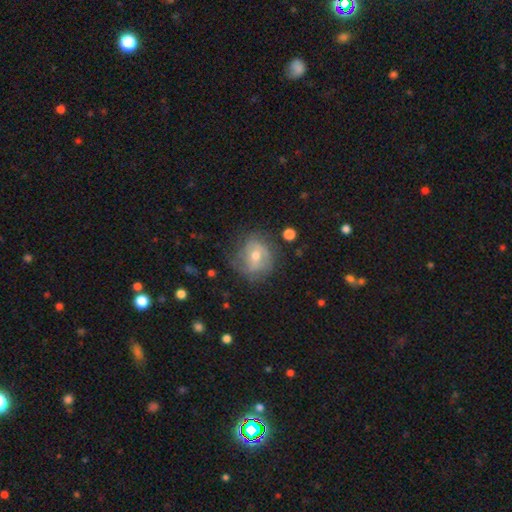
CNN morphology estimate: The model was most divided on "bar": no: 49%, weak: 38%, strong: 13%. More confident: edge-on disk — no (96%); spiral arms — yes (73%); merging — none (65%); bulge size — moderate (64%); smooth or featured — featured or disk (59%).